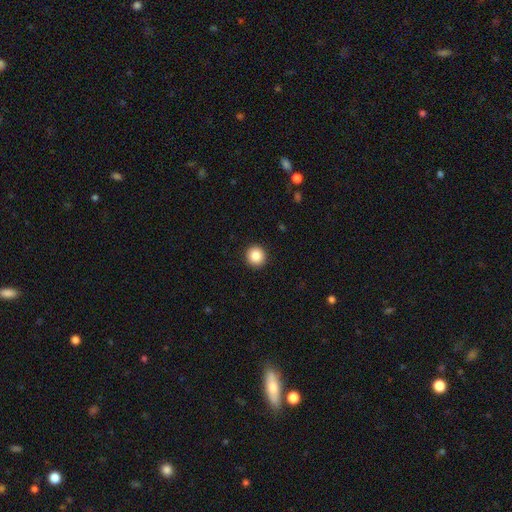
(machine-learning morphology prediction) smooth_or_featured: smooth (p=0.86) [alt: star or artifact p=0.09]
how_rounded: round (p=0.94) [alt: in between p=0.05]
merging: none (p=0.93) [alt: minor disturbance p=0.04]